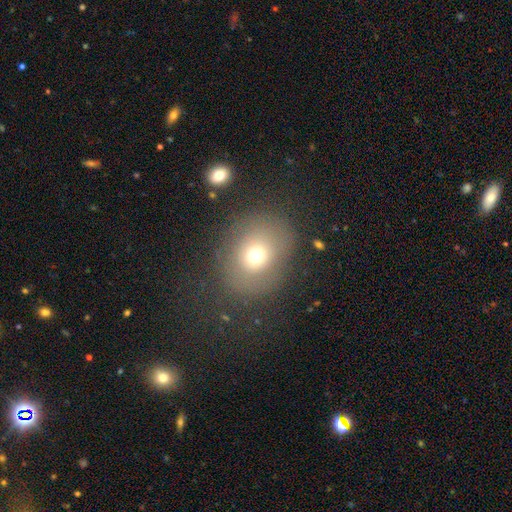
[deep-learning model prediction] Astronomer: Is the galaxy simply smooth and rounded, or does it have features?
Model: smooth — 68%.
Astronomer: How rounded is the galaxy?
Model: round — 54% (runner-up: in between, 45%).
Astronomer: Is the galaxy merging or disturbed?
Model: none — 73%.